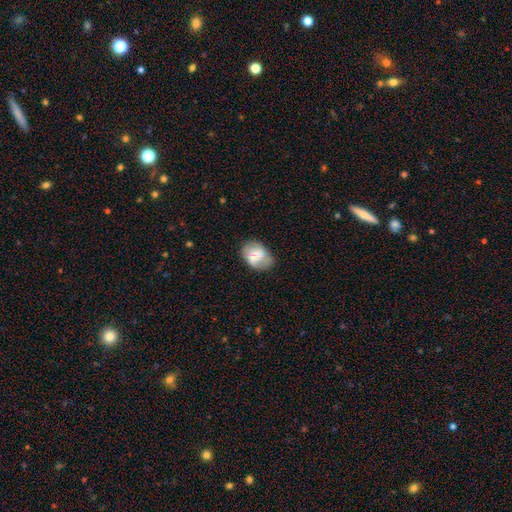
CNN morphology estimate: smooth-or-featured: smooth: 58% | featured or disk: 34% | star or artifact: 8%
  how-rounded: in between: 71% | round: 27% | cigar-shaped: 1%
  merging: none: 66% | minor disturbance: 25% | major disturbance: 8% | merger: 1%